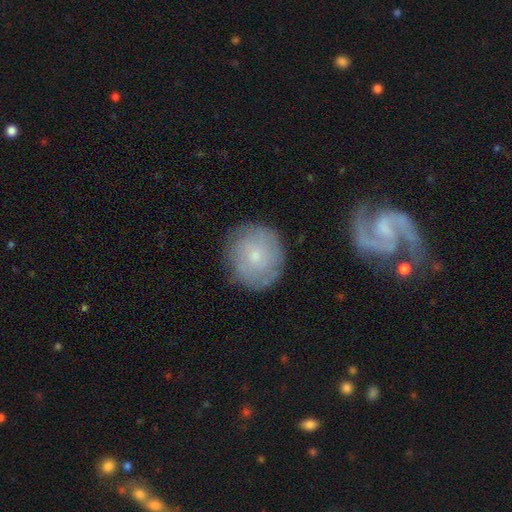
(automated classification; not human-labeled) smooth_or_featured: smooth (p=0.52) [alt: featured or disk p=0.40]
how_rounded: round (p=0.85) [alt: in between p=0.13]
merging: none (p=0.82) [alt: minor disturbance p=0.12]